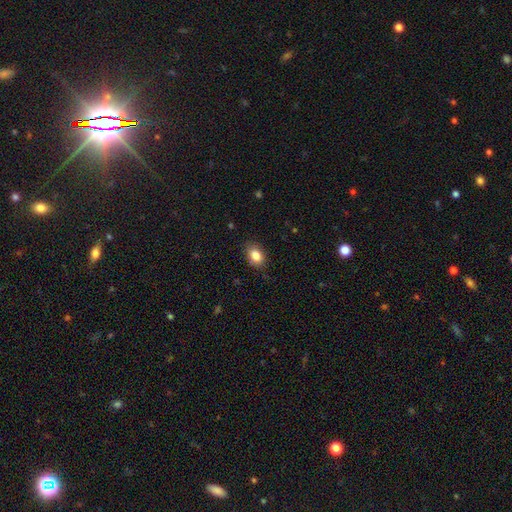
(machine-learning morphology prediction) smooth_or_featured: smooth (p=0.85) [alt: star or artifact p=0.08]
how_rounded: in between (p=0.78) [alt: round p=0.20]
merging: none (p=0.82) [alt: minor disturbance p=0.14]